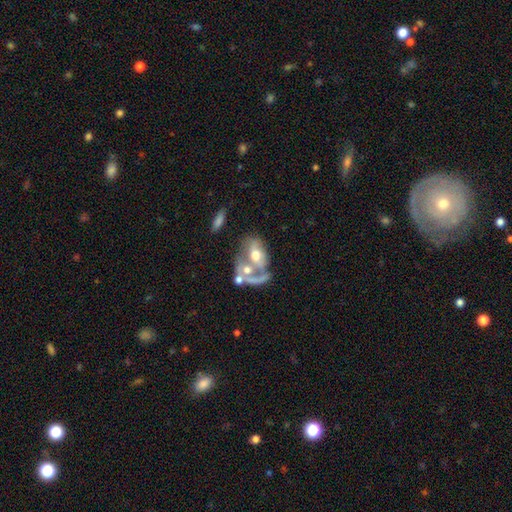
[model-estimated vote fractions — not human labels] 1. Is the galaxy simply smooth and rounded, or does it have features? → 58% featured or disk, 32% smooth, 9% star or artifact.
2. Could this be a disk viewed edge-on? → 94% no, 6% yes.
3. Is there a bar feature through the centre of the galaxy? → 78% no, 16% weak, 6% strong.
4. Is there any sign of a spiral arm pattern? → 72% no, 28% yes.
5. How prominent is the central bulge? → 61% moderate, 18% large, 11% small, 7% none, 3% dominant.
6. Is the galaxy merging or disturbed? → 51% merger, 21% major disturbance, 17% none, 10% minor disturbance.